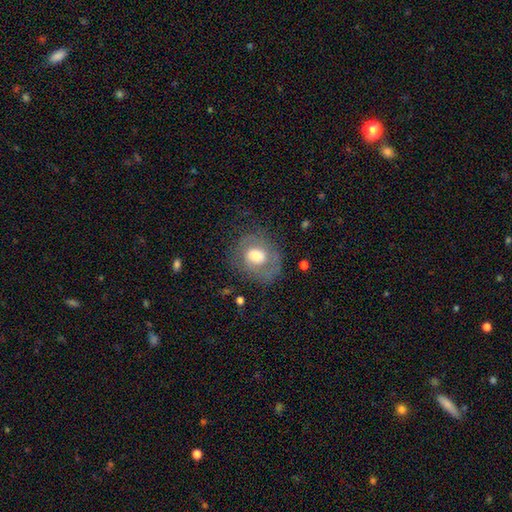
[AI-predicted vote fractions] Overall: smooth (47%; featured or disk 45%). Merging: none (65%).